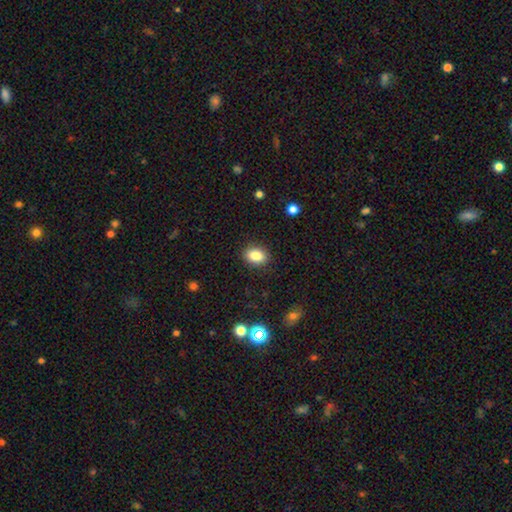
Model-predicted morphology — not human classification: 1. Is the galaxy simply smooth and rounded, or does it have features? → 85% smooth, 9% star or artifact, 5% featured or disk.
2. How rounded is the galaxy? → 72% in between, 27% round, 1% cigar-shaped.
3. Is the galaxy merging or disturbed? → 88% none, 8% minor disturbance, 2% major disturbance, 1% merger.